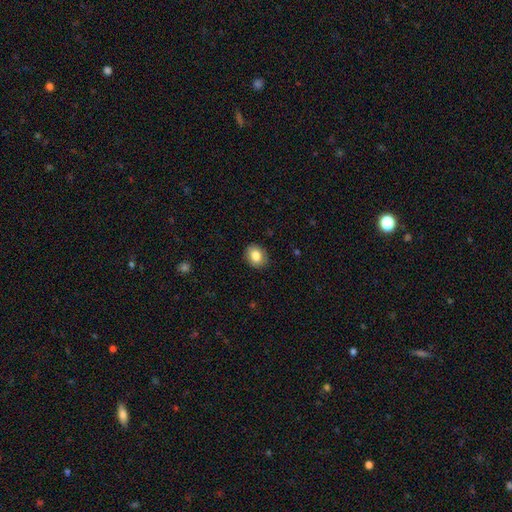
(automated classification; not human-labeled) Morphology: type=smooth (82%); roundness=in between (50%); merging=none (88%).